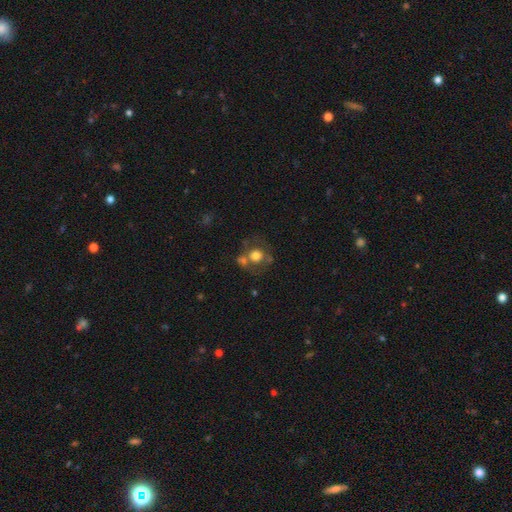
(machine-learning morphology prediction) A smooth galaxy with no disk features (64%) that is round (83%).

Vote fractions:
- Smooth or featured? smooth: 64% / featured or disk: 25% / star or artifact: 11%
- How rounded? round: 83% / in between: 16% / cigar-shaped: 1%
- Merging? none: 52% / merger: 25% / minor disturbance: 15% / major disturbance: 8%